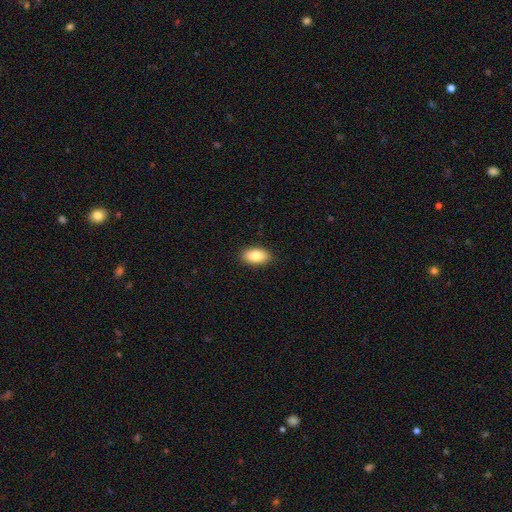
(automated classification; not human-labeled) Smooth or featured? Predicted: smooth (p=0.82). How rounded? Predicted: in between (p=0.92). Merging? Predicted: none (p=0.88).